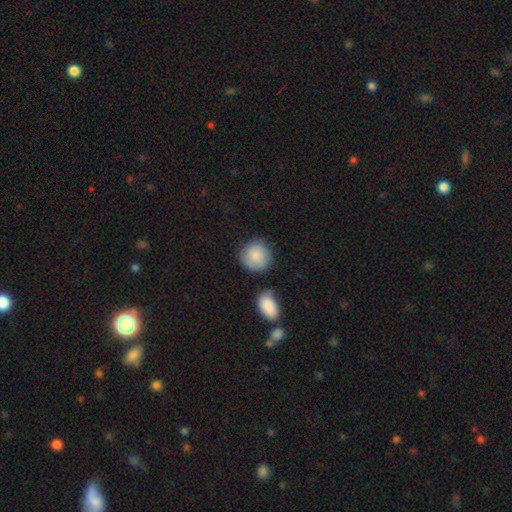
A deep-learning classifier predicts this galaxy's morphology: A smooth galaxy with no disk features (86%) that is round (90%). Merging: none (75%).